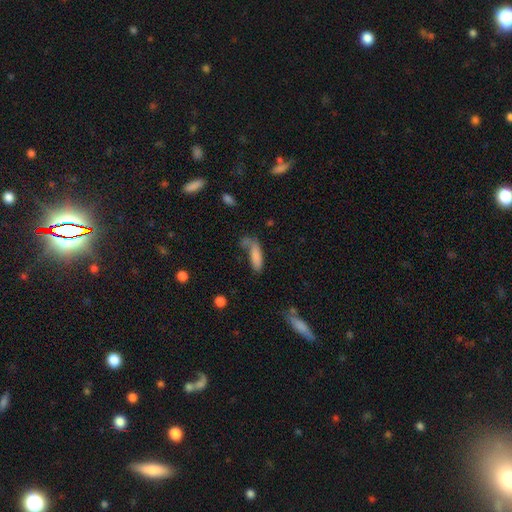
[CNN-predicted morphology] Overall: smooth (82%). How rounded: in between (51%; cigar-shaped 47%). Merging: none (45%; minor disturbance 21%).